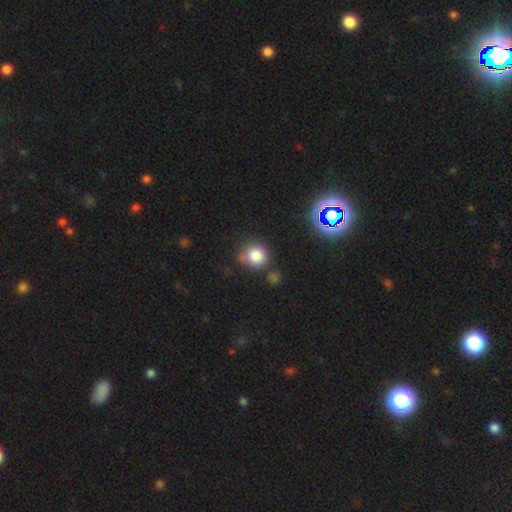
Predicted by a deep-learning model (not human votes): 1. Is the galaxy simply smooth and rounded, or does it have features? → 80% smooth, 13% star or artifact, 7% featured or disk.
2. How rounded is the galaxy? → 87% round, 12% in between, 1% cigar-shaped.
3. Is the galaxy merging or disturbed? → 67% none, 17% minor disturbance, 11% merger, 5% major disturbance.